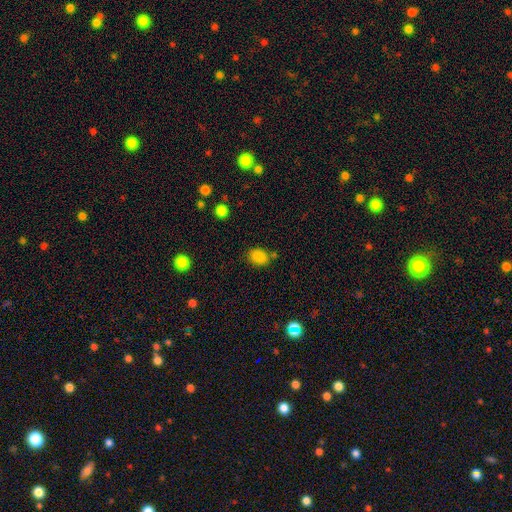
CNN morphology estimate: The model was most divided on "how rounded": in between: 58%, round: 41%, cigar-shaped: 1%. More confident: merging — none (79%); smooth or featured — smooth (76%).